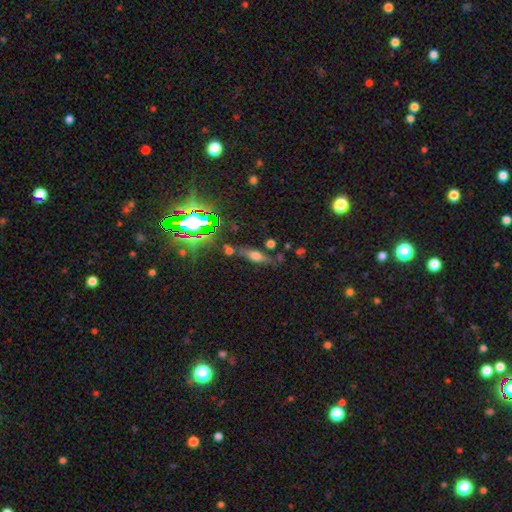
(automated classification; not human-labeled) A smooth galaxy with no disk features (47%).

Vote fractions:
- Smooth or featured? smooth: 47% / featured or disk: 33% / star or artifact: 20%
- Merging? none: 66% / minor disturbance: 16% / merger: 11% / major disturbance: 7%